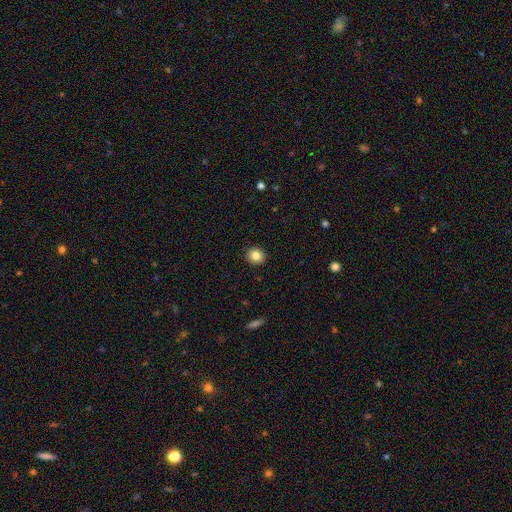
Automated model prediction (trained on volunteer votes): Overall: smooth (84%). How rounded: round (88%). Merging: none (92%).